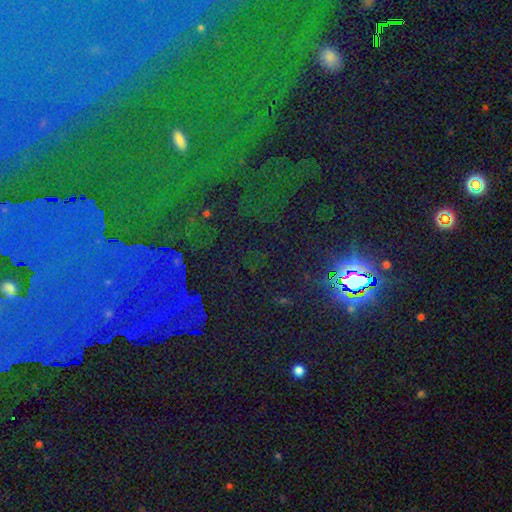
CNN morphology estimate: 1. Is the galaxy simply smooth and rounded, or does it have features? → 82% star or artifact, 9% featured or disk, 9% smooth.